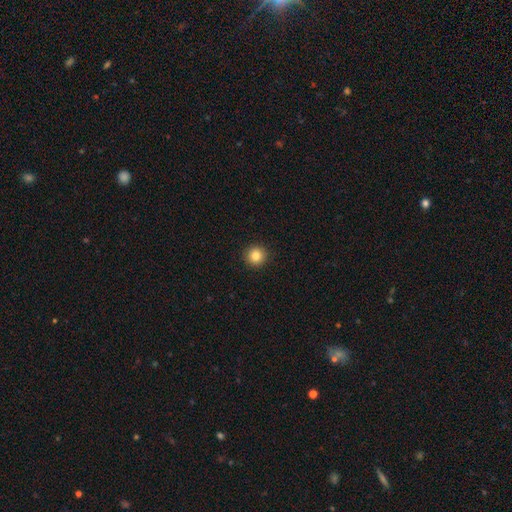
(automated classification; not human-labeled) Smooth or featured?
  - smooth: 84% *
  - star or artifact: 10%
  - featured or disk: 5%
How rounded?
  - round: 94% *
  - in between: 5%
  - cigar-shaped: 1%
Merging?
  - none: 93% *
  - minor disturbance: 5%
  - major disturbance: 2%
  - merger: 1%